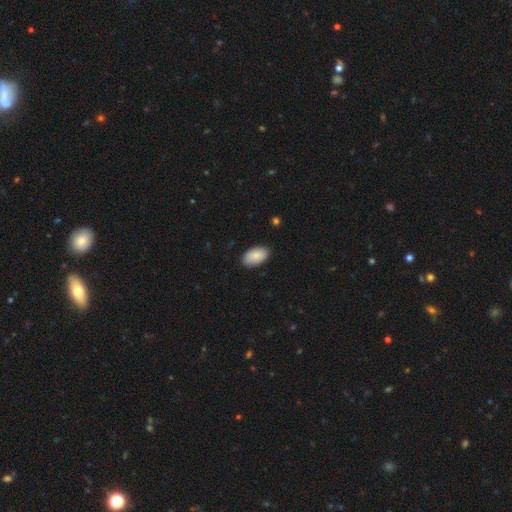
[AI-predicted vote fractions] smooth_or_featured: smooth (p=0.87) [alt: featured or disk p=0.07]
how_rounded: in between (p=0.95) [alt: round p=0.03]
merging: none (p=0.87) [alt: minor disturbance p=0.10]